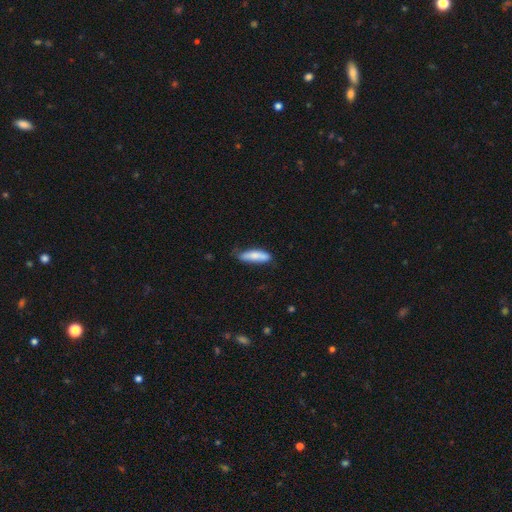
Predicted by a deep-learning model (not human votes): This appears to be a smooth galaxy with no disk features (79%) that is cigar-shaped (64%). Merging: none (71%).